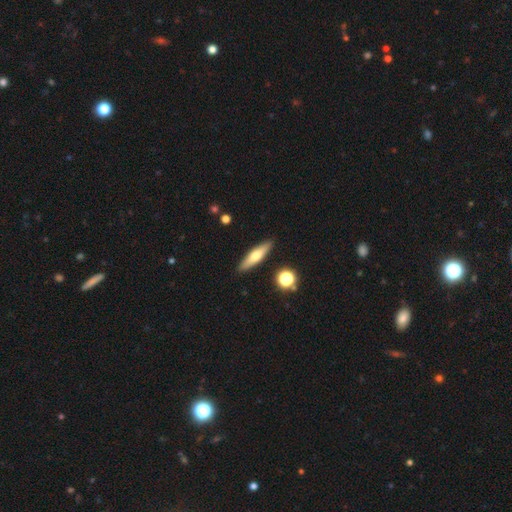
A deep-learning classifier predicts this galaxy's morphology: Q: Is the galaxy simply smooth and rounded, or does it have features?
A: smooth — 52%.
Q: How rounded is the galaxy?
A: cigar-shaped — 71%.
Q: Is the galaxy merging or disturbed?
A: none — 89%.